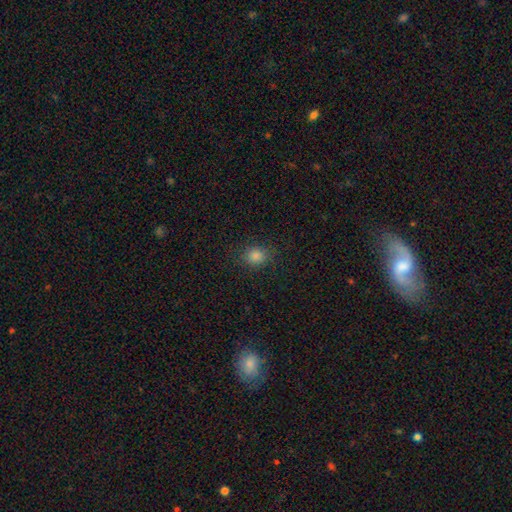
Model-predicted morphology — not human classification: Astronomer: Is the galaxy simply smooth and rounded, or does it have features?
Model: smooth — 81%.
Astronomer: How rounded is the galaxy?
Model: round — 75%.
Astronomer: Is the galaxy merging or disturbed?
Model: none — 88%.